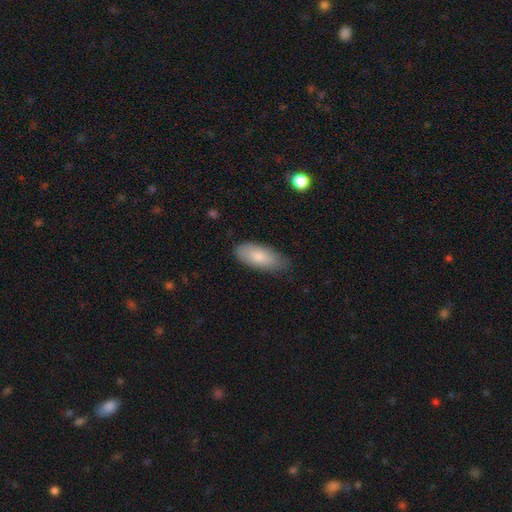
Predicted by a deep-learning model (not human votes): Q: Smooth or featured?
A: smooth (81%); runner-up: featured or disk (13%)
Q: How rounded?
A: in between (83%); runner-up: cigar-shaped (15%)
Q: Merging?
A: none (76%); runner-up: minor disturbance (20%)